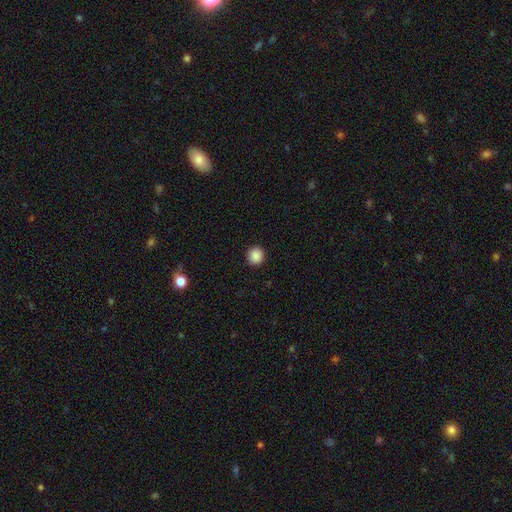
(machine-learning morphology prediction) This appears to be a smooth galaxy with no disk features (88%) that is round (93%). Merging: none (92%).